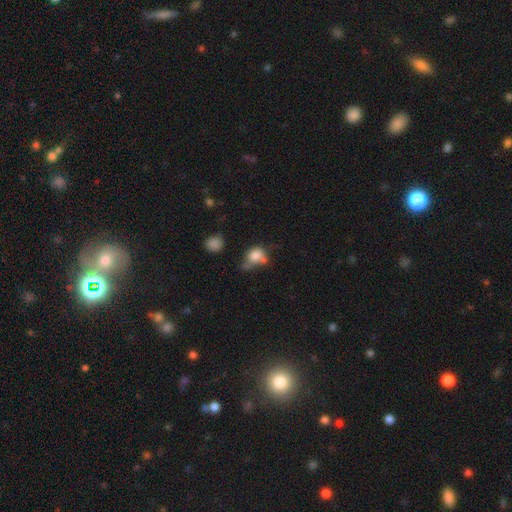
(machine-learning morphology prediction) smooth_or_featured: smooth (p=0.76) [alt: featured or disk p=0.13]
how_rounded: round (p=0.53) [alt: in between p=0.46]
merging: none (p=0.32) [alt: merger p=0.30]